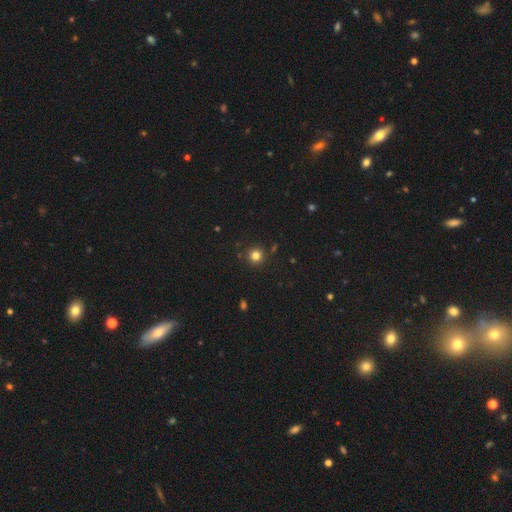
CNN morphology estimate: Q: Smooth or featured?
A: smooth (80%); runner-up: star or artifact (14%)
Q: How rounded?
A: round (95%); runner-up: in between (4%)
Q: Merging?
A: none (90%); runner-up: minor disturbance (6%)